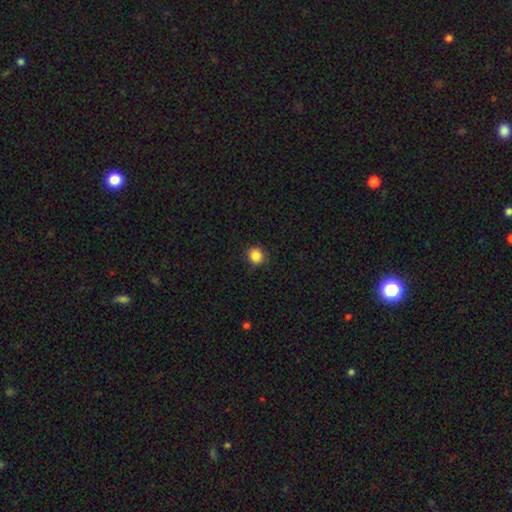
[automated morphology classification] Overall: smooth (86%). How rounded: round (88%). Merging: none (86%).